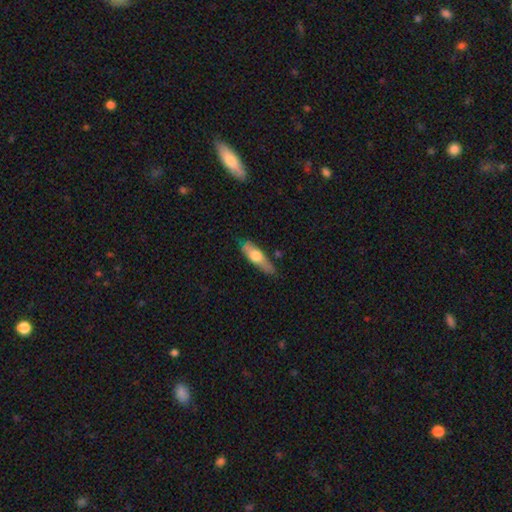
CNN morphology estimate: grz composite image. It shows a smooth galaxy with no disk features (58%) that is cigar-shaped (54%). Merging: none (69%).